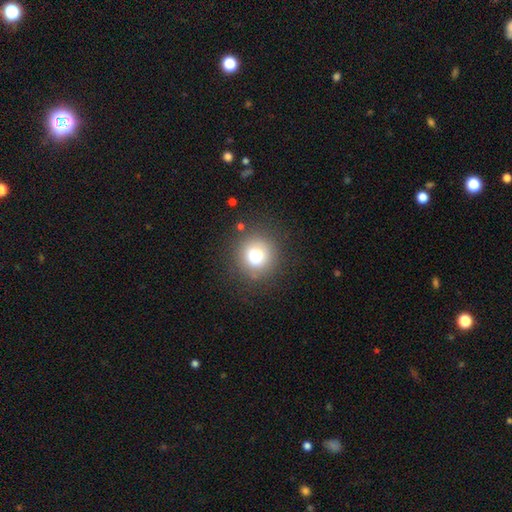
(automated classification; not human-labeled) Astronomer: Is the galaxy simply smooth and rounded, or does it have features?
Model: smooth — 80%.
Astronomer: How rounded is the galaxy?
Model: round — 91%.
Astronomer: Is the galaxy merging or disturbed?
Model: none — 83%.